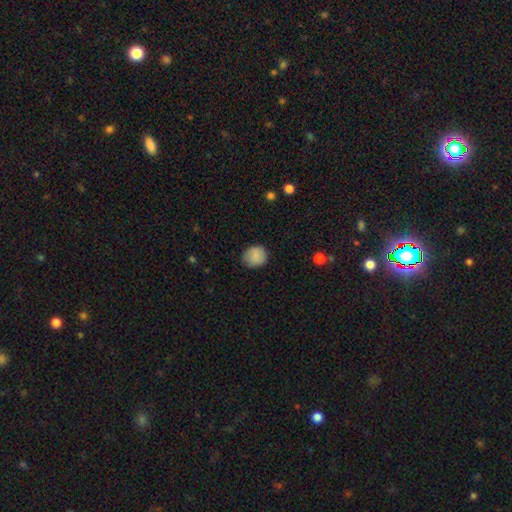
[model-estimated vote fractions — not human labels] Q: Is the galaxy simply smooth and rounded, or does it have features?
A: smooth — 86%.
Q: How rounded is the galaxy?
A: round — 79%.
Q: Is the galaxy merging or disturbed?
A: none — 80%.